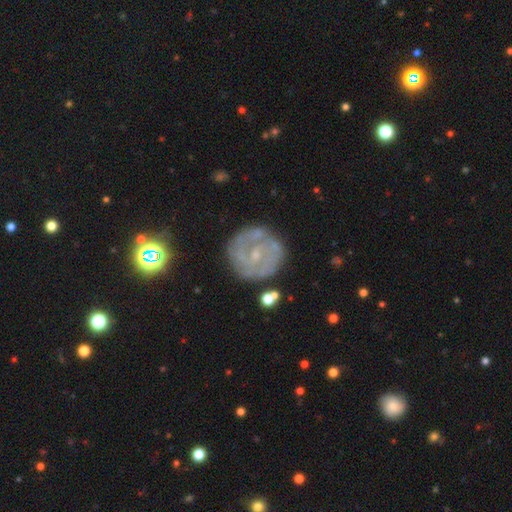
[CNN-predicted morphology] A featured or disk galaxy (72%) with no bar (60%), tight (61%) spiral arms (78%) and a small central bulge (79%). Merging: none (77%).